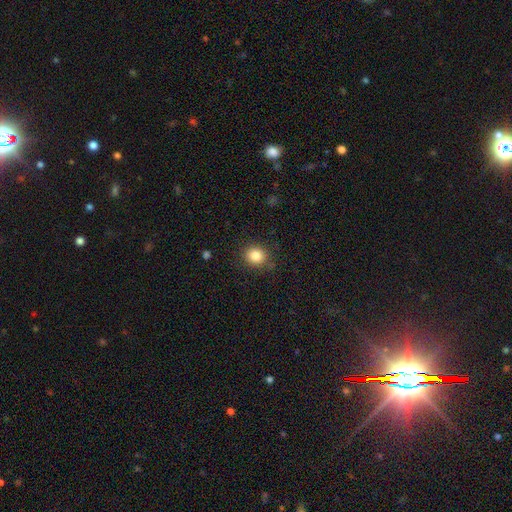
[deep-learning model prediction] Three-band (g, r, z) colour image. It shows a smooth galaxy with no disk features (83%) that is round (78%). Merging: none (86%).